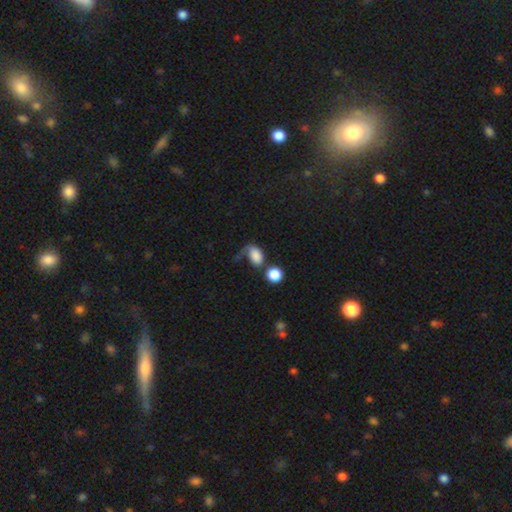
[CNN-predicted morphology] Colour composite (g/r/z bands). It shows a smooth galaxy with no disk features (74%) that is in between round and cigar-shaped (73%). Merging: major disturbance (34%).